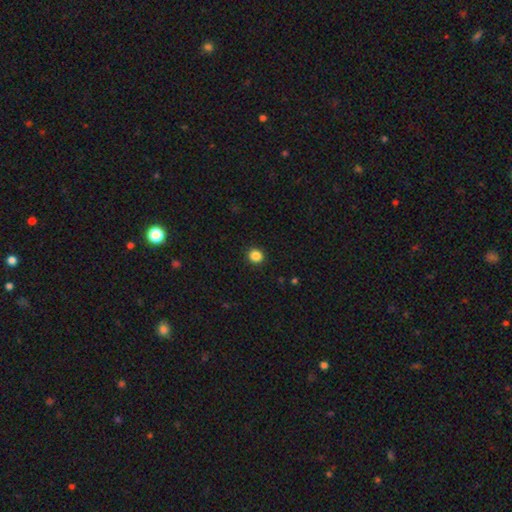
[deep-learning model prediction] smooth 85%, star or artifact 11%, featured or disk 3%. Down the decision tree: how rounded — round (91%); merging — none (92%).